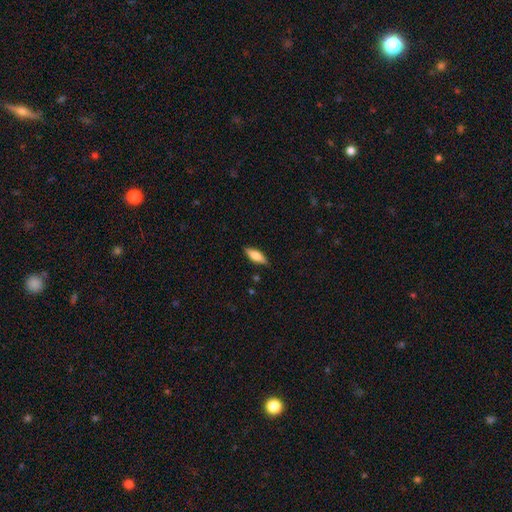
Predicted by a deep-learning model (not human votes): smooth 71%, featured or disk 23%, star or artifact 6%. Down the decision tree: how rounded — in between (64%); merging — none (86%).